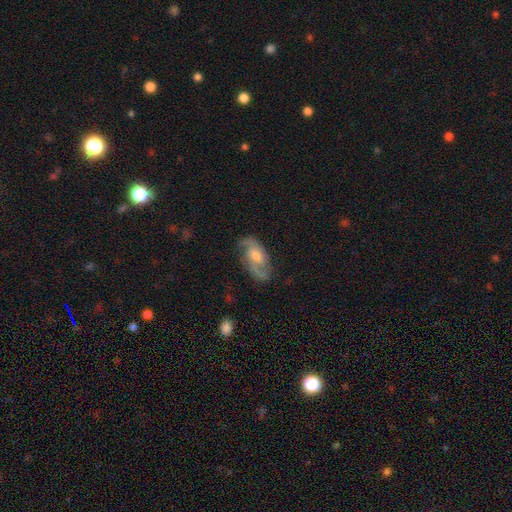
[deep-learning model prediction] This is clearly a featured or disk galaxy (81%). It is clearly not viewed edge-on (96%). Bar: possibly weak (46%). Spiral arm pattern: clearly yes (95%). Spiral arm count: clearly 2 (89%). Spiral winding: possibly medium (53%). Central bulge: possibly moderate (54%). Merging: likely none (78%).